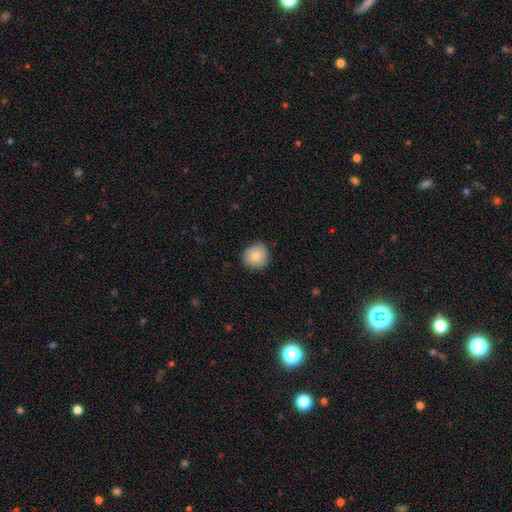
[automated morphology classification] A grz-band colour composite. It shows a smooth galaxy with no disk features (80%) that is round (91%). Merging: none (81%).